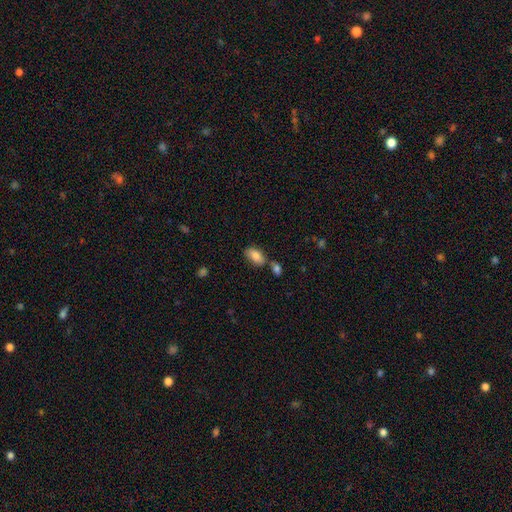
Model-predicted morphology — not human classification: Smooth or featured: smooth — 82% (featured or disk — 11%)
How rounded: in between — 92% (round — 4%)
Merging: none — 61% (merger — 21%)